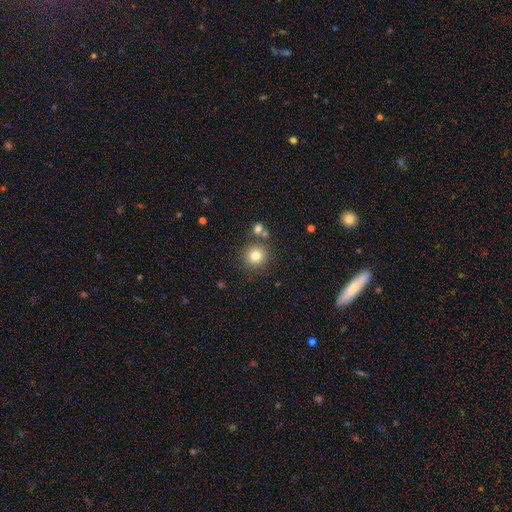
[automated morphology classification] Q: Smooth or featured?
A: smooth (79%); runner-up: star or artifact (13%)
Q: How rounded?
A: round (93%); runner-up: in between (6%)
Q: Merging?
A: none (80%); runner-up: merger (9%)